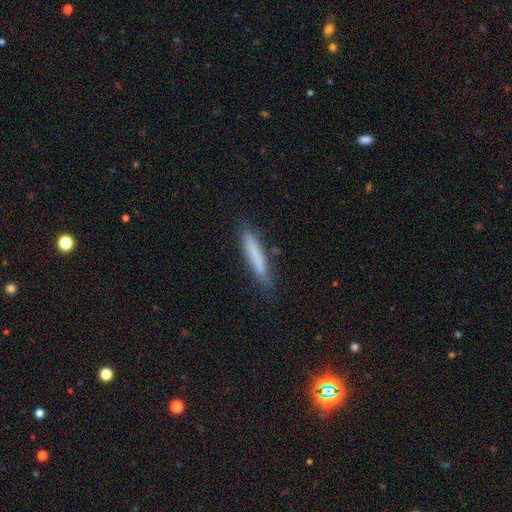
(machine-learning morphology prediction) smooth 74%, featured or disk 19%, star or artifact 7%. Down the decision tree: how rounded — cigar-shaped (92%); merging — none (82%).